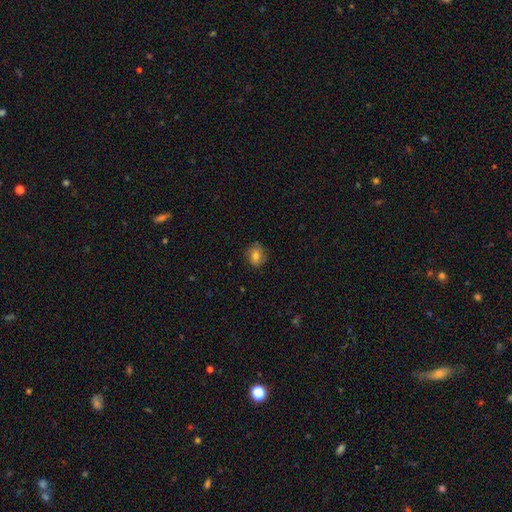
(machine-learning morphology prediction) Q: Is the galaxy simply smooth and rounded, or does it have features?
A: smooth — 73%.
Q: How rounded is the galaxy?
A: round — 63%.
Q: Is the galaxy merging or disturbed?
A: none — 81%.